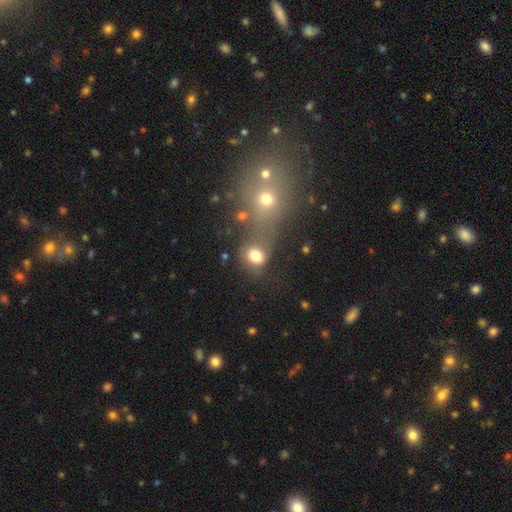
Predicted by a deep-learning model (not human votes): A smooth galaxy with no disk features (75%) that is round (64%).

Vote fractions:
- Smooth or featured? smooth: 75% / star or artifact: 15% / featured or disk: 10%
- How rounded? round: 64% / in between: 35% / cigar-shaped: 1%
- Merging? none: 39% / merger: 37% / minor disturbance: 13% / major disturbance: 10%